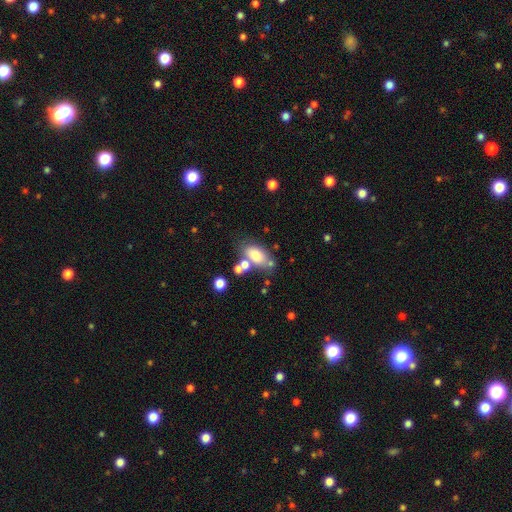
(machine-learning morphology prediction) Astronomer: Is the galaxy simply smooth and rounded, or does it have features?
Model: smooth — 75%.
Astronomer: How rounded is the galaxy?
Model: in between — 87%.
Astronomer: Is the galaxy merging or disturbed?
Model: none — 57%.